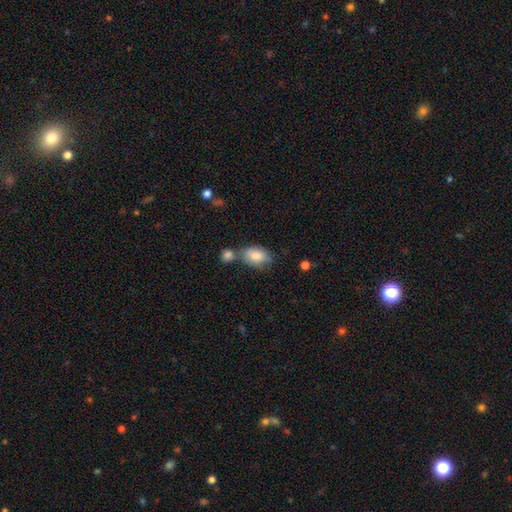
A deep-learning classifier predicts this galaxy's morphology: type=smooth (82%); roundness=in between (89%); merging=none (50%).